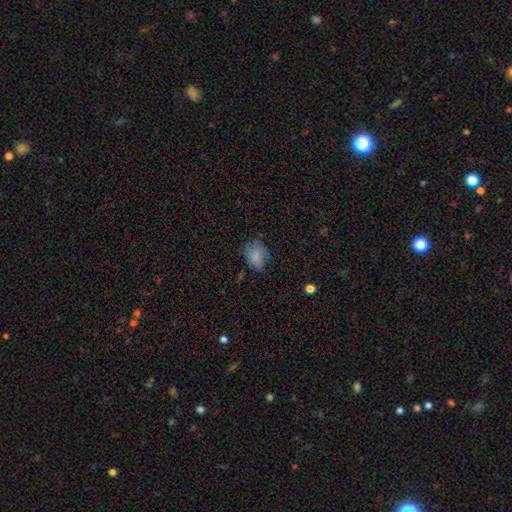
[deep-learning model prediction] smooth 80%, star or artifact 11%, featured or disk 9%. Down the decision tree: how rounded — in between (64%); merging — none (66%).